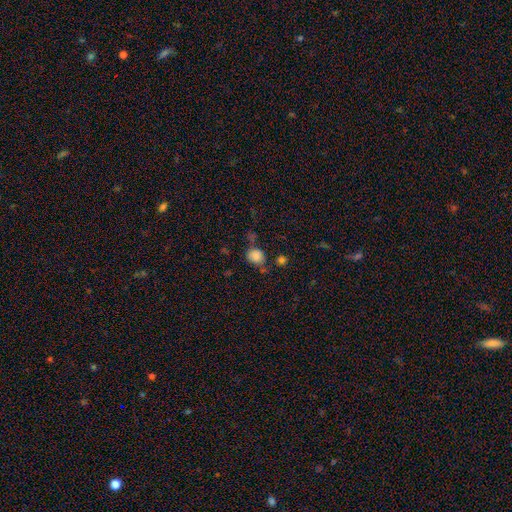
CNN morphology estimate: Q: Smooth or featured?
A: smooth (84%); runner-up: star or artifact (12%)
Q: How rounded?
A: round (66%); runner-up: in between (33%)
Q: Merging?
A: none (68%); runner-up: minor disturbance (17%)